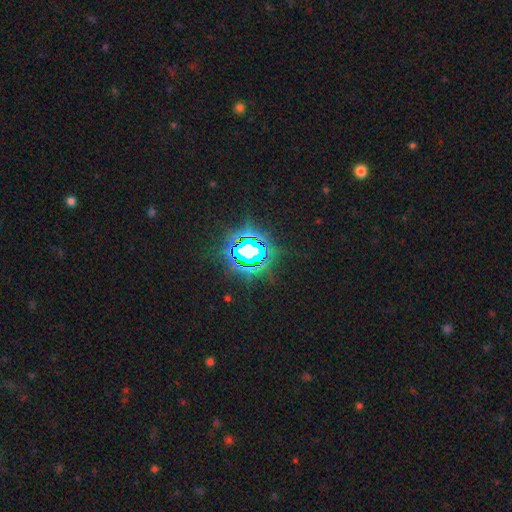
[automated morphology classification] type=star or artifact (82%).